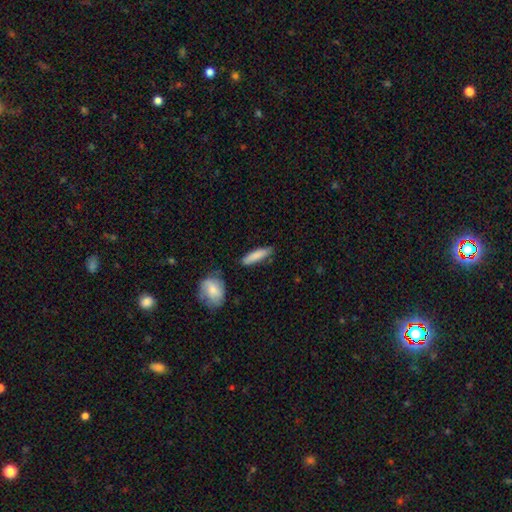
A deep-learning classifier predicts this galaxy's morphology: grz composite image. It shows a smooth galaxy with no disk features (83%) that is cigar-shaped (74%). Merging: none (78%).